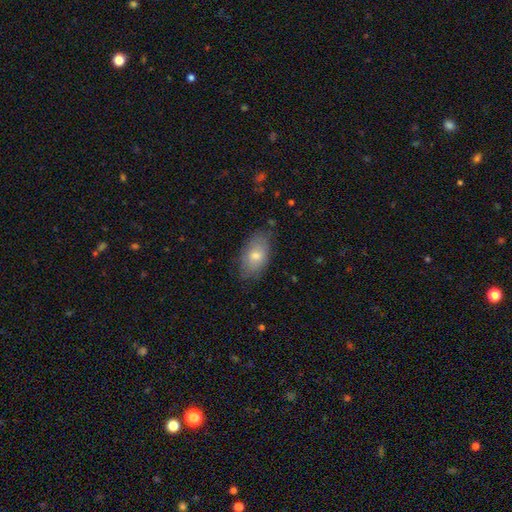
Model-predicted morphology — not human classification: This is likely a smooth galaxy (72%). How rounded: clearly in between (92%). Merging: likely none (75%).